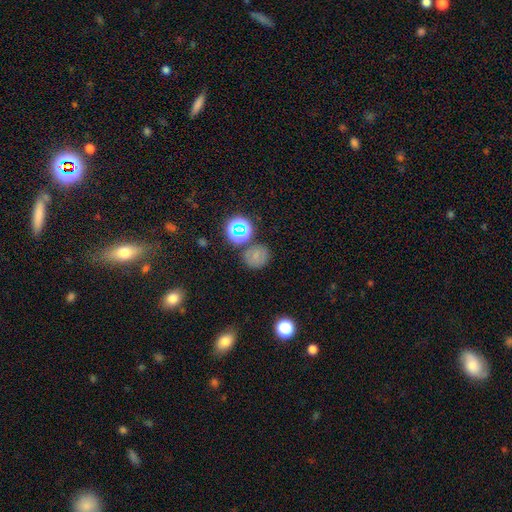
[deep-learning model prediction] Q: Smooth or featured?
A: smooth (62%); runner-up: star or artifact (26%)
Q: How rounded?
A: round (78%); runner-up: in between (21%)
Q: Merging?
A: none (75%); runner-up: minor disturbance (13%)